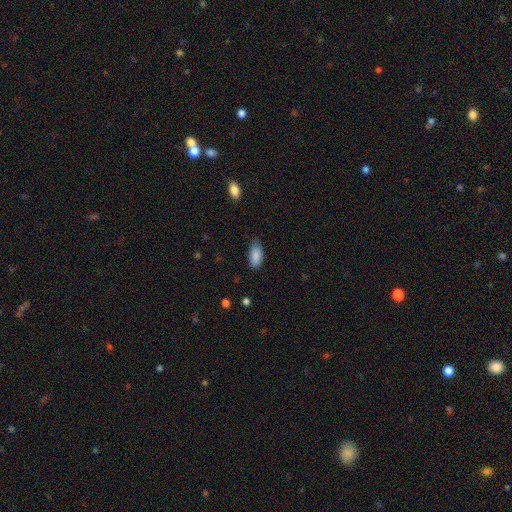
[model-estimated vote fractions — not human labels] The model was most divided on "merging": none: 70%, minor disturbance: 24%, major disturbance: 4%, merger: 1%. More confident: how rounded — in between (92%); smooth or featured — smooth (89%).